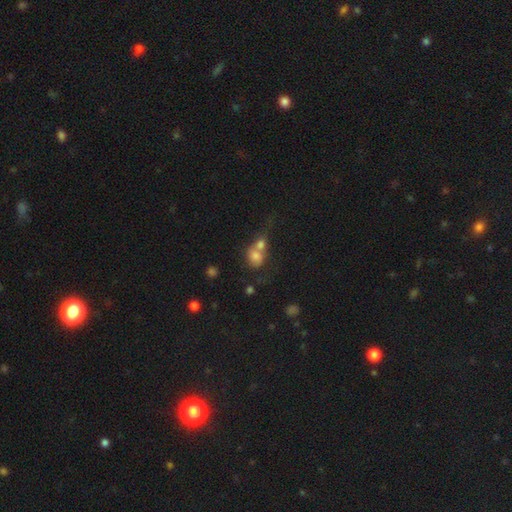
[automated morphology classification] type=smooth (72%); roundness=round (65%); merging=merger (66%).